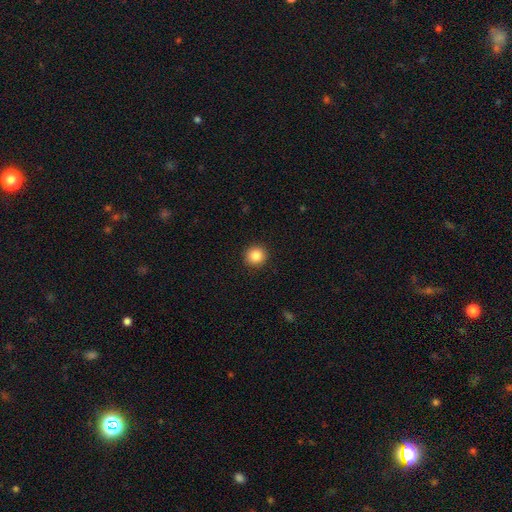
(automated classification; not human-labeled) Overall: smooth (85%). How rounded: round (93%). Merging: none (93%).